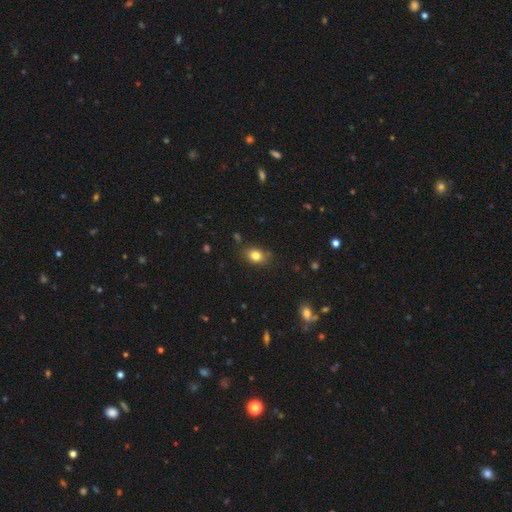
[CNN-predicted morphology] Q: Smooth or featured?
A: smooth (82%); runner-up: star or artifact (11%)
Q: How rounded?
A: in between (62%); runner-up: round (37%)
Q: Merging?
A: none (80%); runner-up: minor disturbance (15%)